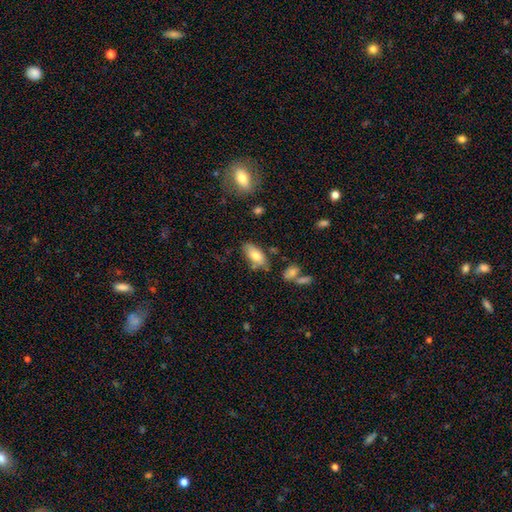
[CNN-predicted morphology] Smooth or featured: smooth — 76% (featured or disk — 17%)
How rounded: in between — 90% (cigar-shaped — 7%)
Merging: none — 70% (minor disturbance — 19%)